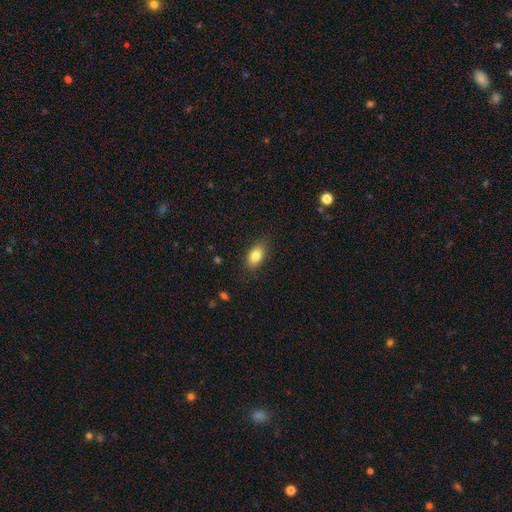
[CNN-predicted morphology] A smooth galaxy with no disk features (82%) that is in between round and cigar-shaped (88%).

Vote fractions:
- Smooth or featured? smooth: 82% / featured or disk: 10% / star or artifact: 8%
- How rounded? in between: 88% / round: 8% / cigar-shaped: 4%
- Merging? none: 85% / minor disturbance: 12% / major disturbance: 3% / merger: 1%